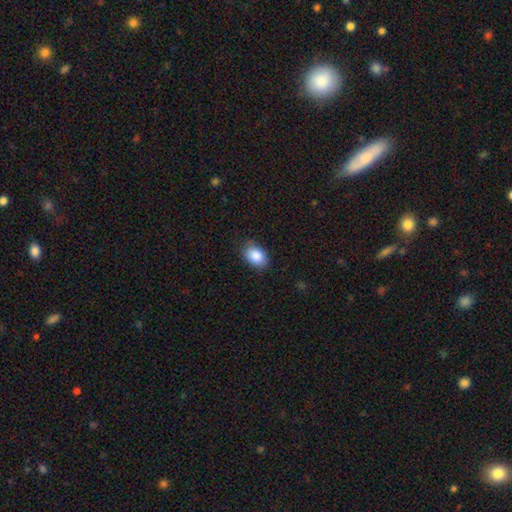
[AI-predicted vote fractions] This appears to be a smooth galaxy with no disk features (88%) that is in between round and cigar-shaped (83%). Merging: none (82%).